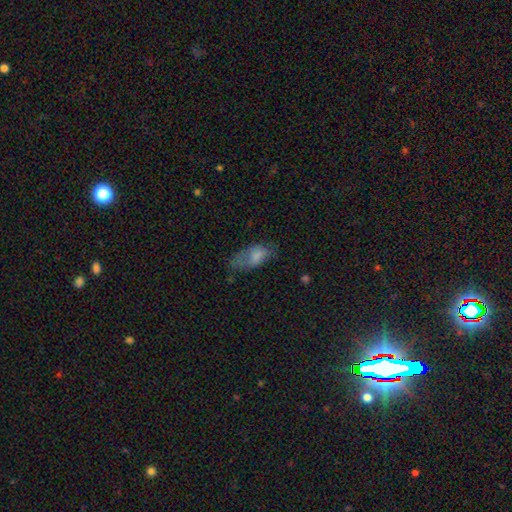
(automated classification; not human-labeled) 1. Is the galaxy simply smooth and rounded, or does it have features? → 72% smooth, 19% featured or disk, 9% star or artifact.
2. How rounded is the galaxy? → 89% in between, 7% cigar-shaped, 3% round.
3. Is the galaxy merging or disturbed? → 43% none, 31% minor disturbance, 23% major disturbance, 3% merger.